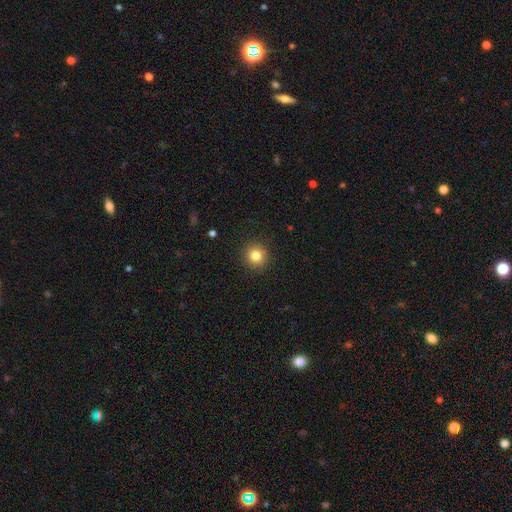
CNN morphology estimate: smooth_or_featured: smooth (p=0.81) [alt: star or artifact p=0.12]
how_rounded: round (p=0.93) [alt: in between p=0.06]
merging: none (p=0.91) [alt: minor disturbance p=0.06]